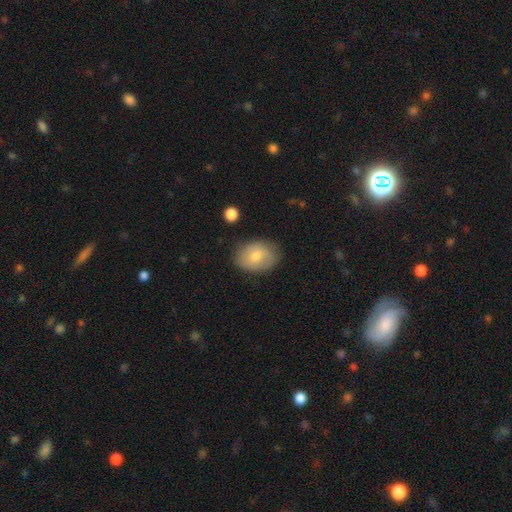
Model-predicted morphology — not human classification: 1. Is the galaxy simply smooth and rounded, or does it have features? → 69% smooth, 23% featured or disk, 8% star or artifact.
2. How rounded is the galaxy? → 71% in between, 28% round, 1% cigar-shaped.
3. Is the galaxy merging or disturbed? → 81% none, 14% minor disturbance, 3% major disturbance, 1% merger.